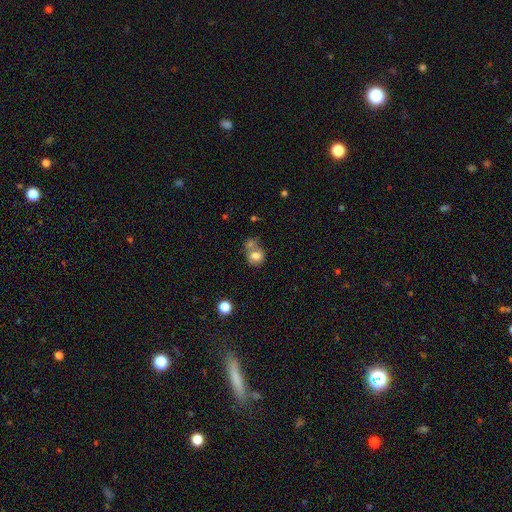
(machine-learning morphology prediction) Smooth or featured: smooth — 75% (featured or disk — 15%)
How rounded: round — 69% (in between — 30%)
Merging: merger — 45% (none — 35%)